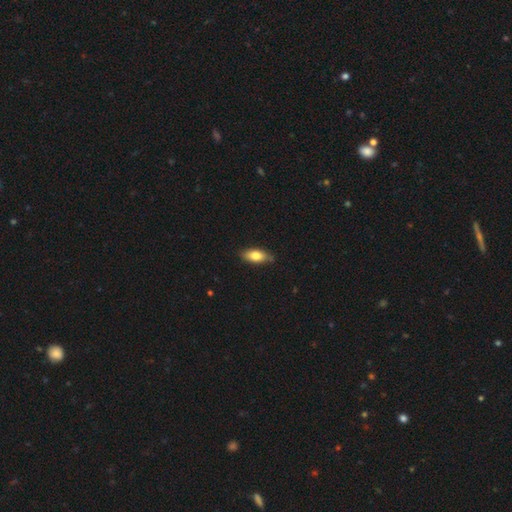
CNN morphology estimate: Smooth or featured?
  - smooth: 77% *
  - featured or disk: 17%
  - star or artifact: 6%
How rounded?
  - in between: 83% *
  - cigar-shaped: 15%
  - round: 3%
Merging?
  - none: 80% *
  - minor disturbance: 17%
  - major disturbance: 2%
  - merger: 1%